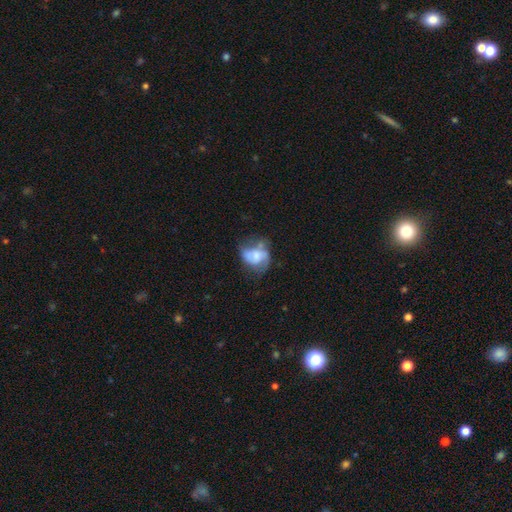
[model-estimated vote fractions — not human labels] Smooth or featured?
  - featured or disk: 51% *
  - smooth: 40%
  - star or artifact: 8%
Edge-on disk?
  - no: 97% *
  - yes: 3%
Merging?
  - none: 34% *
  - minor disturbance: 28%
  - major disturbance: 27%
  - merger: 11%